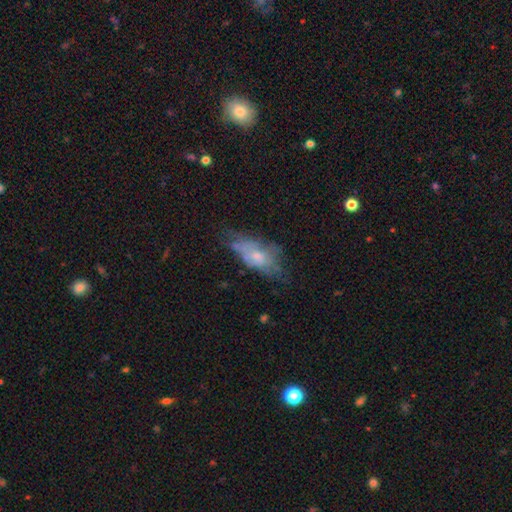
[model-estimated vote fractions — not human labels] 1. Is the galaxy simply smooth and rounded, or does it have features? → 45% smooth, 44% featured or disk, 10% star or artifact.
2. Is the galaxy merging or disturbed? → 38% none, 31% minor disturbance, 27% major disturbance, 5% merger.